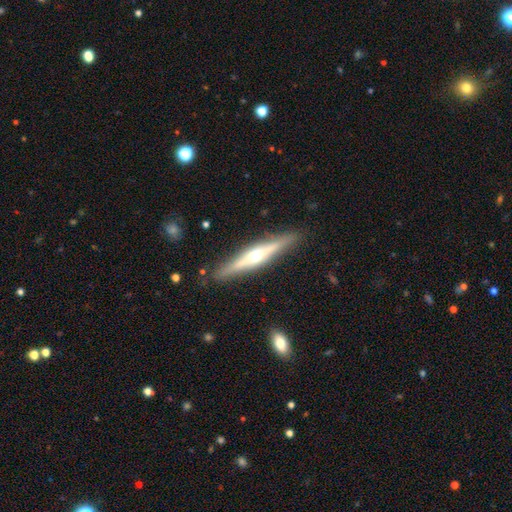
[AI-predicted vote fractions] smooth-or-featured: featured or disk: 74% | smooth: 21% | star or artifact: 5%
  disk-edge-on: yes: 96% | no: 4%
    edge-on-bulge: rounded: 90% | none: 6% | boxy: 5%
  merging: none: 88% | minor disturbance: 9% | major disturbance: 2% | merger: 1%